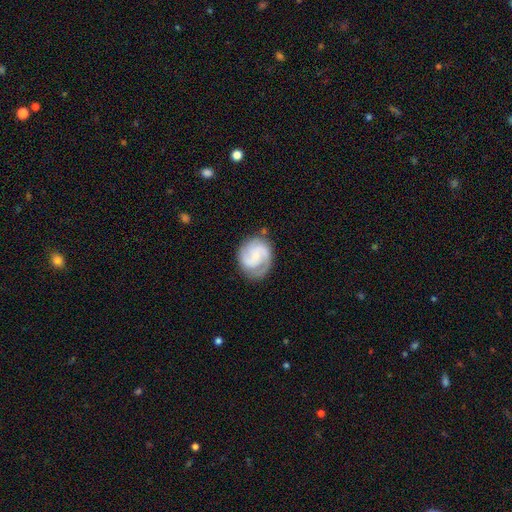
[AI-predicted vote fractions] Smooth or featured?
  - featured or disk: 79% *
  - smooth: 15%
  - star or artifact: 5%
Edge-on disk?
  - no: 98% *
  - yes: 2%
Bar?
  - no: 60% *
  - weak: 34%
  - strong: 6%
Spiral arms?
  - yes: 96% *
  - no: 4%
Spiral winding?
  - medium: 45% *
  - tight: 44%
  - loose: 11%
Spiral arm count?
  - 2: 52% *
  - 3: 28%
  - can't tell: 11%
  - 1: 4%
  - 4: 3%
  - more than 4: 3%
Bulge size?
  - small: 68% *
  - moderate: 22%
  - none: 7%
  - large: 2%
  - dominant: 1%
Merging?
  - none: 75% *
  - minor disturbance: 17%
  - major disturbance: 6%
  - merger: 2%